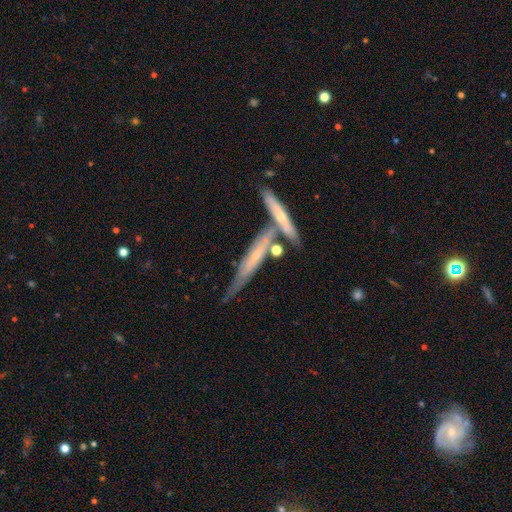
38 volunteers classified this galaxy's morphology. This appears to be a featured or disk galaxy (68%) viewed edge-on (85%) with no central bulge (55%). Merging: merger (51%).